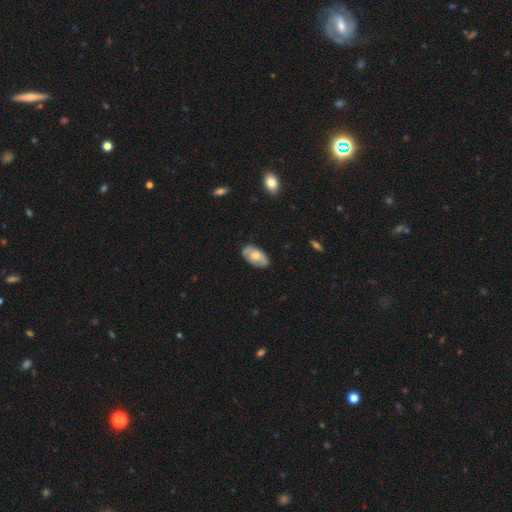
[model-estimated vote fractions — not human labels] Smooth or featured? Predicted: smooth (p=0.53). How rounded? Predicted: in between (p=0.93). Merging? Predicted: none (p=0.73).